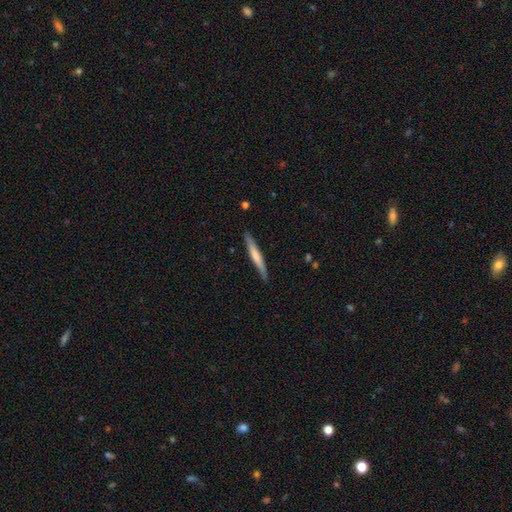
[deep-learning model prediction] Smooth or featured?
  - smooth: 56% *
  - featured or disk: 39%
  - star or artifact: 5%
How rounded?
  - cigar-shaped: 95% *
  - in between: 3%
  - round: 1%
Merging?
  - none: 87% *
  - minor disturbance: 10%
  - major disturbance: 2%
  - merger: 1%